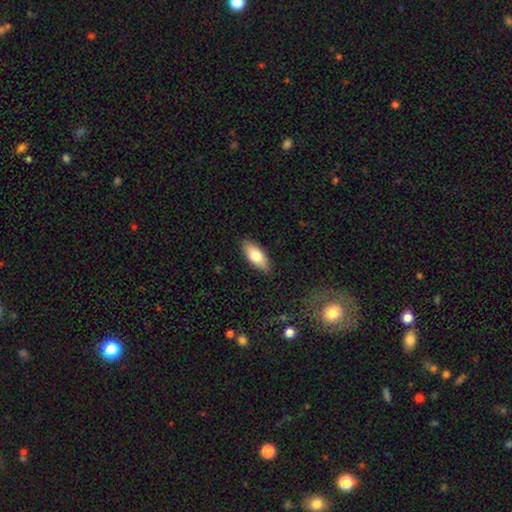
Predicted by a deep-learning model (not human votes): This is likely a smooth galaxy (75%). How rounded: clearly in between (80%). Merging: clearly none (87%).